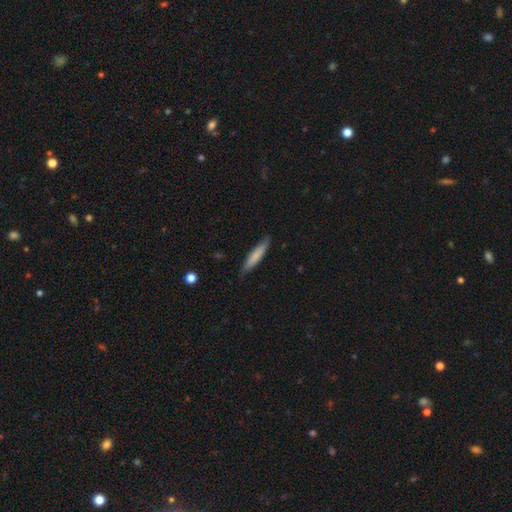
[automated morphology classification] Overall: smooth (75%). How rounded: cigar-shaped (88%). Merging: none (83%).